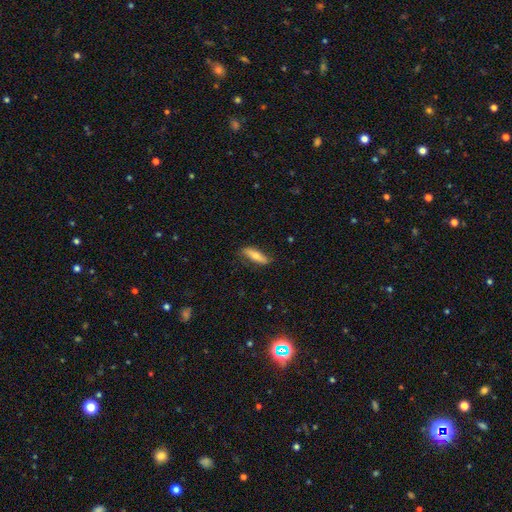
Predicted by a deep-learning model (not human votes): Morphology: type=smooth (64%); roundness=cigar-shaped (57%); merging=none (75%).